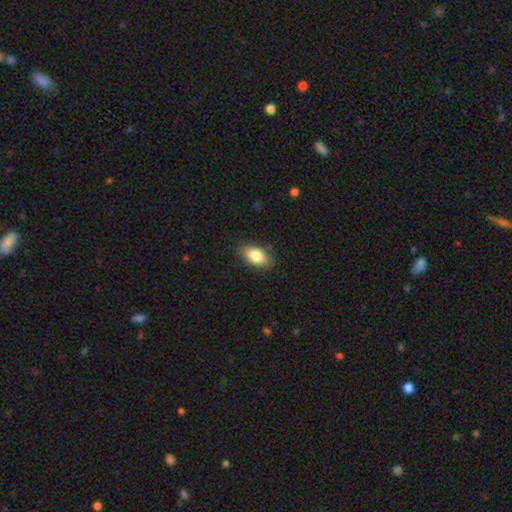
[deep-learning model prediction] A smooth galaxy with no disk features (83%) that is in between round and cigar-shaped (91%). Merging: none (84%).